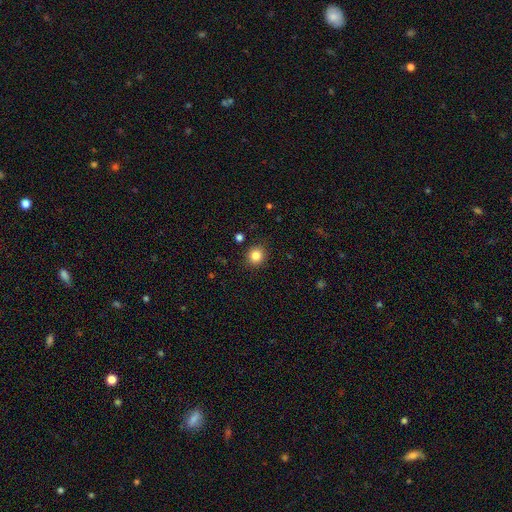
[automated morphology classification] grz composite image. It shows a smooth galaxy with no disk features (84%) that is round (87%). Merging: none (89%).